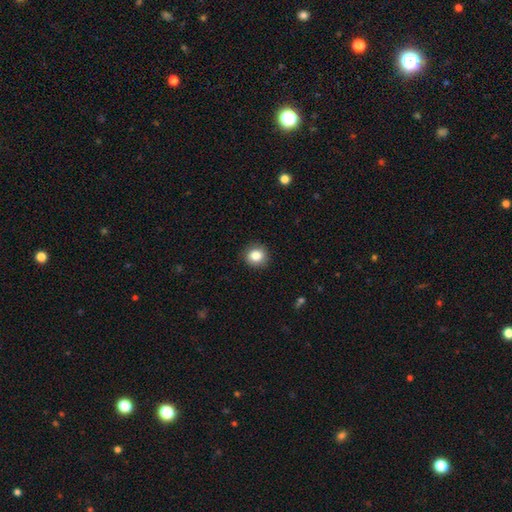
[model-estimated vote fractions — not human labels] A smooth galaxy with no disk features (83%) that is round (85%).

Vote fractions:
- Smooth or featured? smooth: 83% / star or artifact: 10% / featured or disk: 7%
- How rounded? round: 85% / in between: 14% / cigar-shaped: 1%
- Merging? none: 90% / minor disturbance: 7% / major disturbance: 2% / merger: 1%